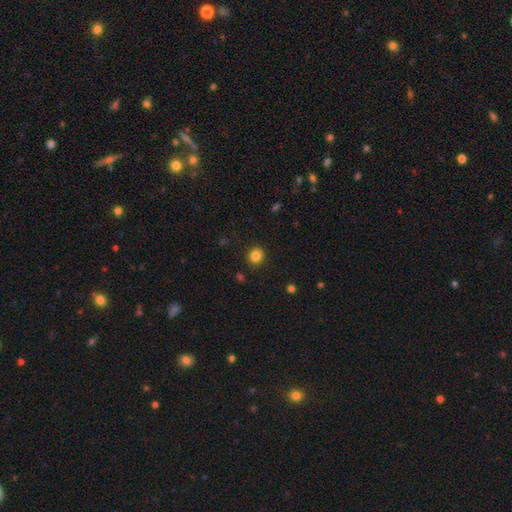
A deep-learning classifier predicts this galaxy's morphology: Smooth or featured: smooth — 84% (star or artifact — 11%)
How rounded: round — 83% (in between — 16%)
Merging: none — 90% (minor disturbance — 7%)